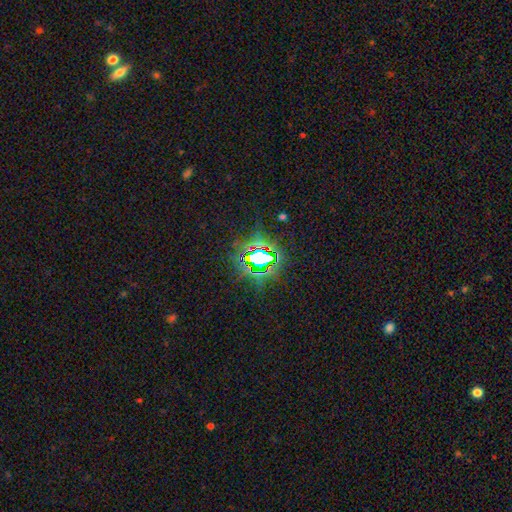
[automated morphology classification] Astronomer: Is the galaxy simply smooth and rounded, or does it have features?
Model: star or artifact — 75%.